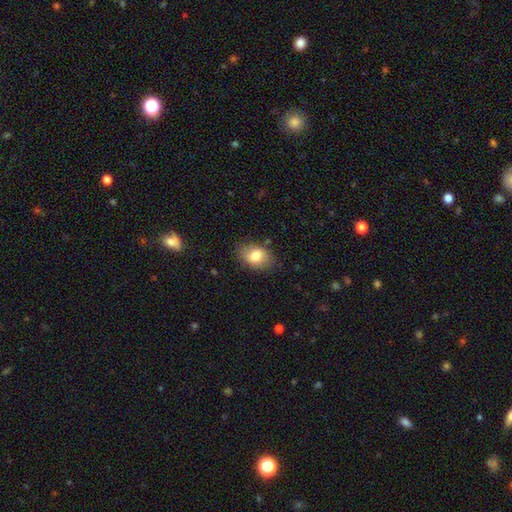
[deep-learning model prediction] Smooth or featured?
  - smooth: 79% *
  - featured or disk: 13%
  - star or artifact: 8%
How rounded?
  - in between: 81% *
  - round: 18%
  - cigar-shaped: 1%
Merging?
  - none: 80% *
  - minor disturbance: 15%
  - major disturbance: 4%
  - merger: 2%